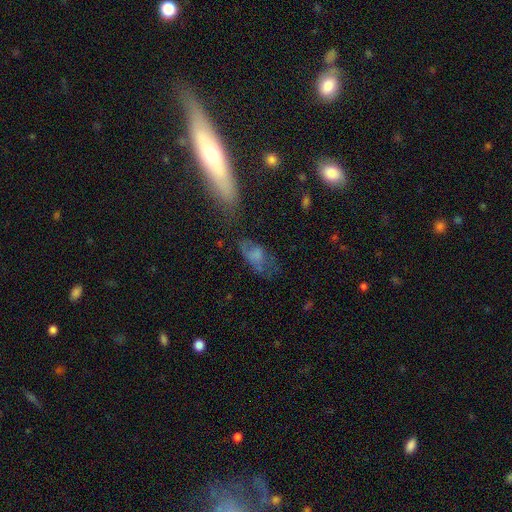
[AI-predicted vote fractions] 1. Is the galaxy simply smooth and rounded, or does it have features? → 56% smooth, 29% featured or disk, 15% star or artifact.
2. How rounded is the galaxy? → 84% in between, 8% round, 7% cigar-shaped.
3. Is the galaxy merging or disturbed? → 39% none, 26% minor disturbance, 26% major disturbance, 10% merger.